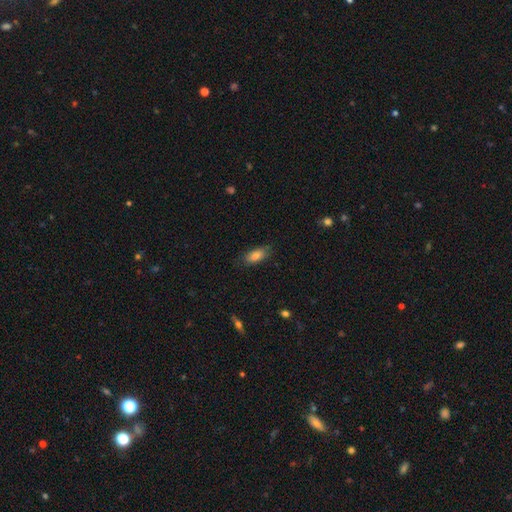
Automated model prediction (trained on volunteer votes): smooth-or-featured: smooth: 80% | featured or disk: 12% | star or artifact: 8%
  how-rounded: in between: 85% | cigar-shaped: 12% | round: 3%
  merging: none: 80% | minor disturbance: 16% | major disturbance: 3% | merger: 1%